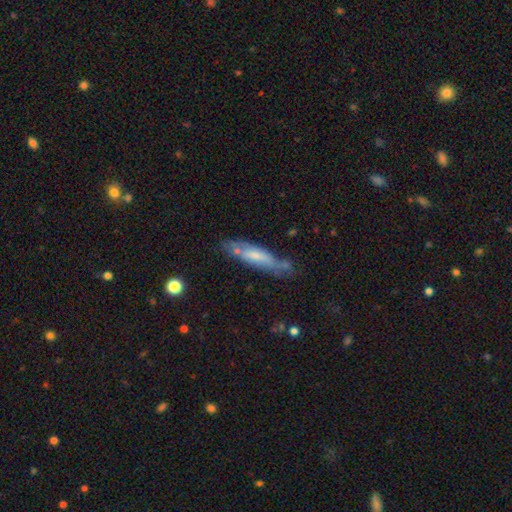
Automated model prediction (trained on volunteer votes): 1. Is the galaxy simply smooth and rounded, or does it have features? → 51% smooth, 42% featured or disk, 7% star or artifact.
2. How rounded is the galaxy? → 78% cigar-shaped, 20% in between, 2% round.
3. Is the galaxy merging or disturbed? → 63% none, 23% minor disturbance, 7% merger, 7% major disturbance.